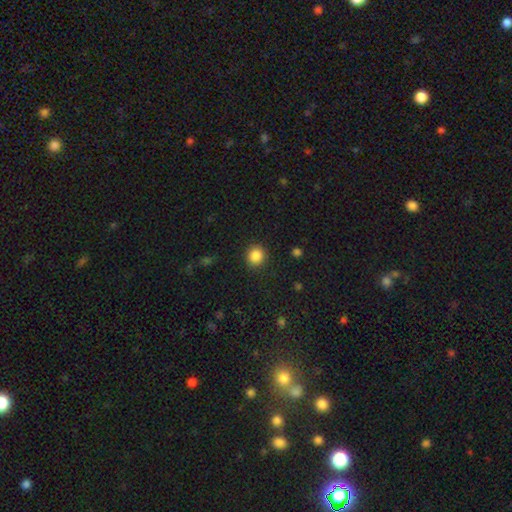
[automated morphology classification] Smooth or featured?
  - smooth: 86% *
  - star or artifact: 10%
  - featured or disk: 4%
How rounded?
  - round: 87% *
  - in between: 12%
  - cigar-shaped: 1%
Merging?
  - none: 90% *
  - minor disturbance: 6%
  - major disturbance: 2%
  - merger: 1%